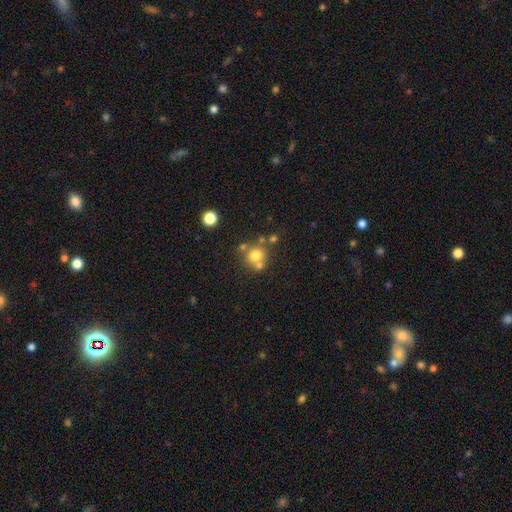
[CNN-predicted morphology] The model was most divided on "merging": none: 55%, merger: 32%, minor disturbance: 9%, major disturbance: 4%. More confident: how rounded — round (86%); smooth or featured — smooth (71%).